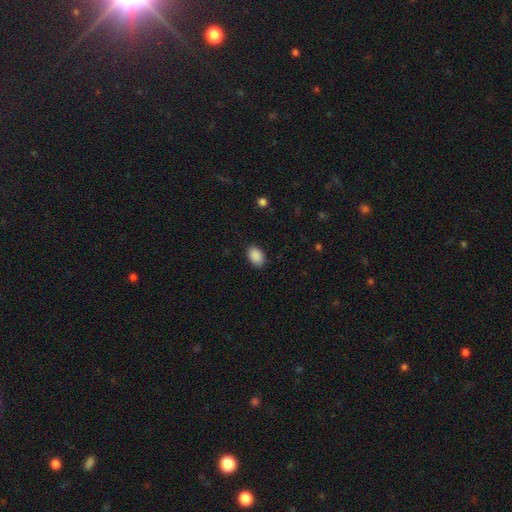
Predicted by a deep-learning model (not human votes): This appears to be a smooth galaxy with no disk features (90%) that is in between round and cigar-shaped (86%). Merging: none (86%).